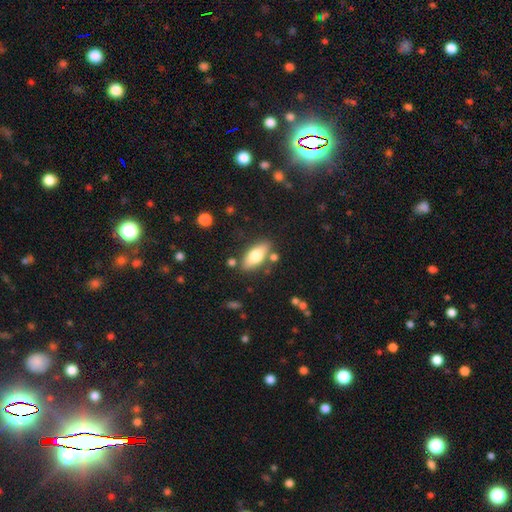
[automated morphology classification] Smooth or featured: smooth — 69% (featured or disk — 25%)
How rounded: in between — 80% (cigar-shaped — 16%)
Merging: none — 80% (minor disturbance — 12%)